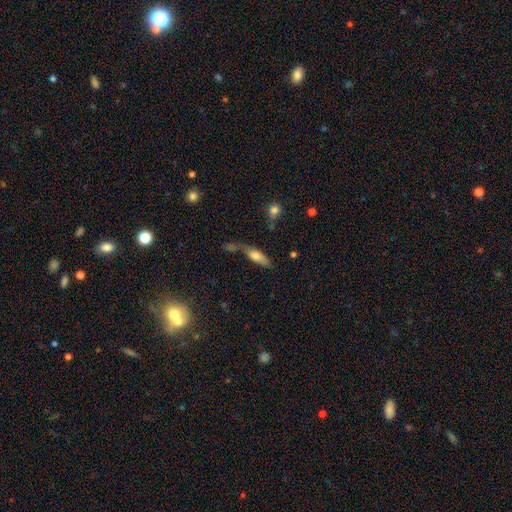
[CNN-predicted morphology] A smooth galaxy with no disk features (68%) that is in between round and cigar-shaped (63%).

Vote fractions:
- Smooth or featured? smooth: 68% / featured or disk: 25% / star or artifact: 7%
- How rounded? in between: 63% / cigar-shaped: 34% / round: 3%
- Merging? none: 34% / merger: 24% / minor disturbance: 22% / major disturbance: 20%